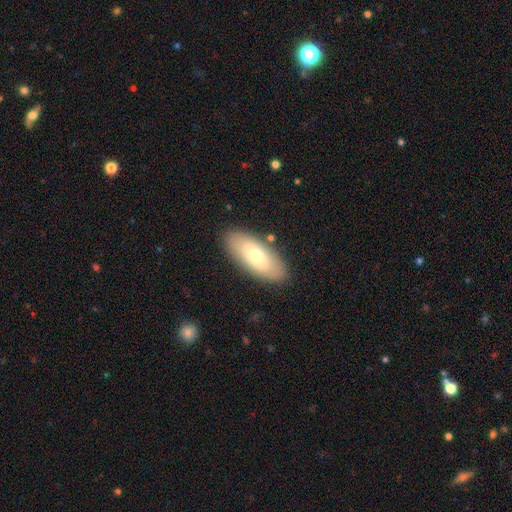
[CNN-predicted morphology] This is likely a smooth galaxy (64%). How rounded: clearly in between (85%). Merging: clearly none (86%).